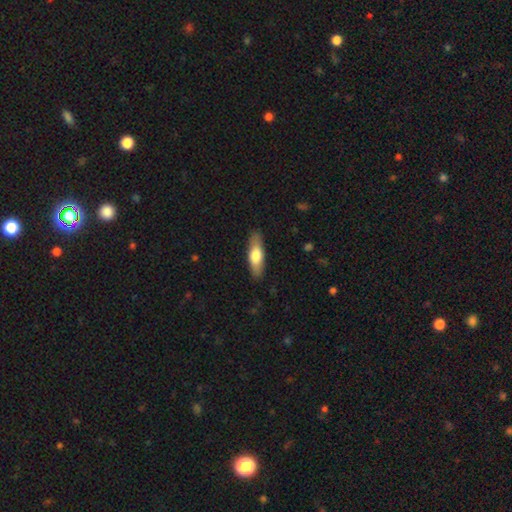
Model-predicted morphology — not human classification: Q: Smooth or featured?
A: smooth (66%); runner-up: featured or disk (29%)
Q: How rounded?
A: cigar-shaped (51%); runner-up: in between (47%)
Q: Merging?
A: none (87%); runner-up: minor disturbance (10%)